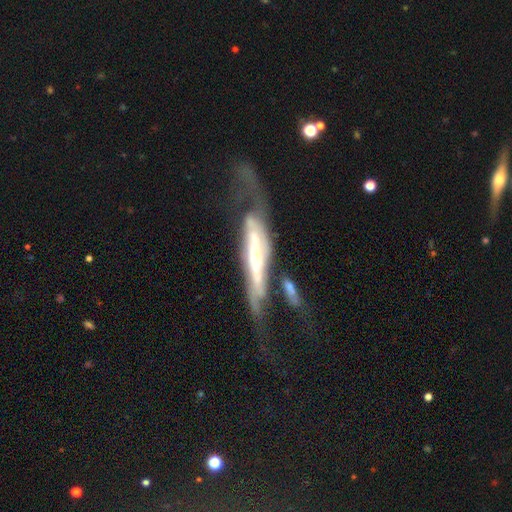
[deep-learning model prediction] A featured or disk galaxy (75%). Merging: major disturbance (41%).